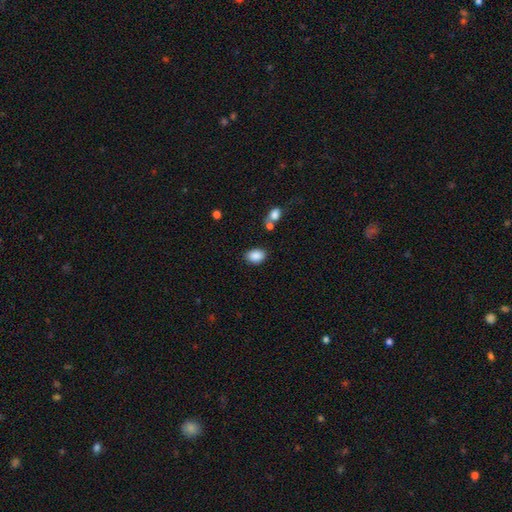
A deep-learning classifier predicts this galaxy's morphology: smooth_or_featured: smooth (p=0.88) [alt: star or artifact p=0.08]
how_rounded: in between (p=0.78) [alt: round p=0.21]
merging: none (p=0.81) [alt: minor disturbance p=0.12]